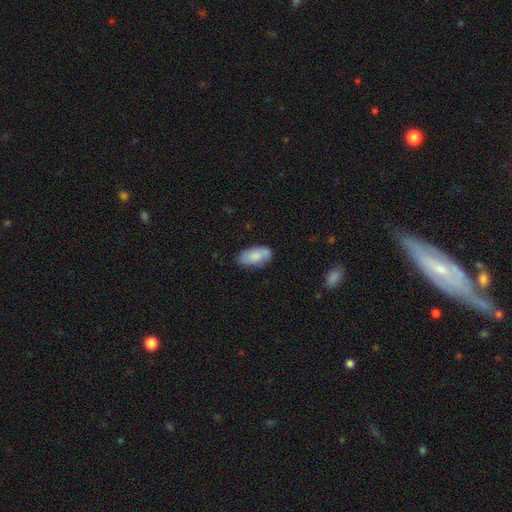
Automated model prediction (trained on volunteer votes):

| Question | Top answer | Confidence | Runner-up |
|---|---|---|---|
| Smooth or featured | smooth | 78% | featured or disk (16%) |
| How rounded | in between | 93% | cigar-shaped (5%) |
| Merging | none | 72% | minor disturbance (21%) |